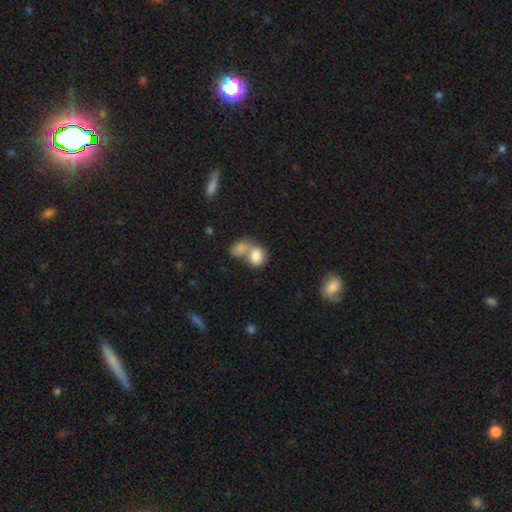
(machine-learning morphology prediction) Smooth or featured? Predicted: smooth (p=0.82). How rounded? Predicted: in between (p=0.64). Merging? Predicted: merger (p=0.67).